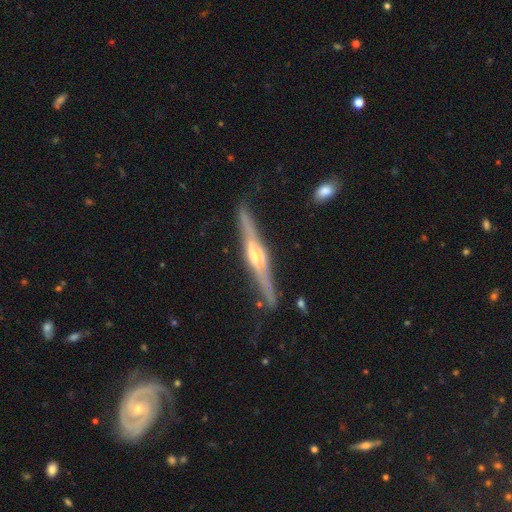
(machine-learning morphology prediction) Smooth or featured?
  - featured or disk: 84% *
  - smooth: 10%
  - star or artifact: 5%
Edge-on disk?
  - yes: 96% *
  - no: 4%
Edge-on bulge?
  - rounded: 81% *
  - boxy: 13%
  - none: 7%
Merging?
  - none: 85% *
  - minor disturbance: 11%
  - major disturbance: 3%
  - merger: 2%